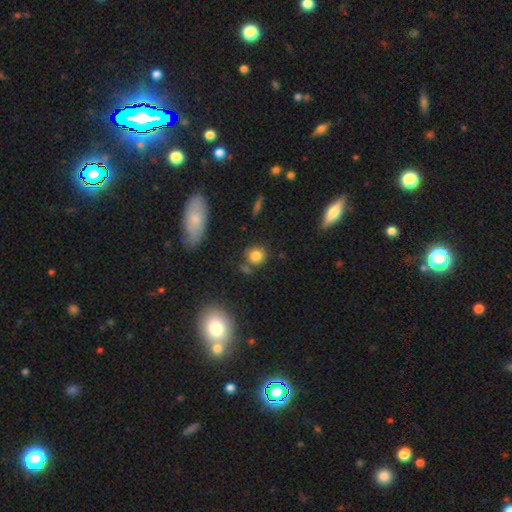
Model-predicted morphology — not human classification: A smooth galaxy with no disk features (82%) that is round (83%). Merging: none (75%).